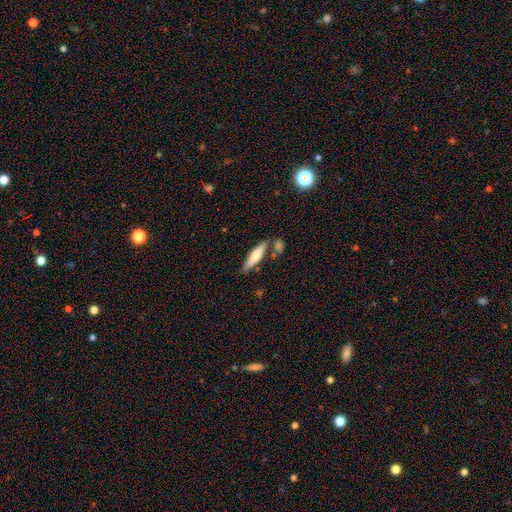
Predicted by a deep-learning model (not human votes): Smooth or featured: smooth — 62% (featured or disk — 32%)
How rounded: cigar-shaped — 75% (in between — 24%)
Merging: none — 73% (minor disturbance — 12%)